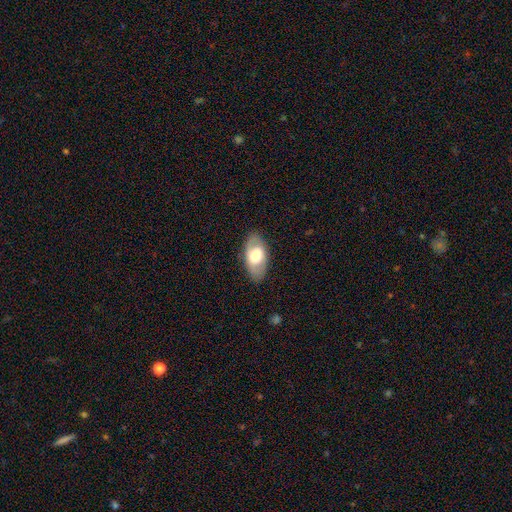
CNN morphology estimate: smooth 55%, featured or disk 39%, star or artifact 6%. Down the decision tree: how rounded — in between (92%); merging — none (83%).